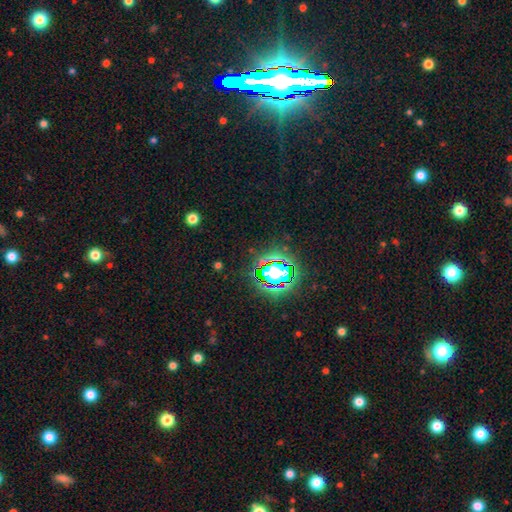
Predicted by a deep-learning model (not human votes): smooth-or-featured: star or artifact: 77% | smooth: 14% | featured or disk: 9%